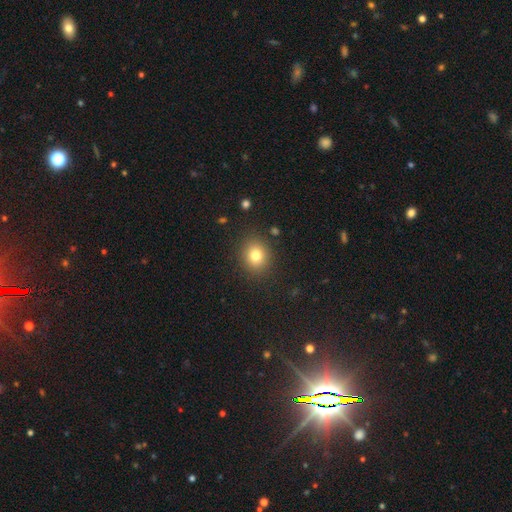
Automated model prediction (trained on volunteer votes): Smooth or featured?
  - smooth: 80% *
  - star or artifact: 12%
  - featured or disk: 8%
How rounded?
  - round: 68% *
  - in between: 31%
  - cigar-shaped: 1%
Merging?
  - none: 87% *
  - minor disturbance: 8%
  - major disturbance: 3%
  - merger: 1%